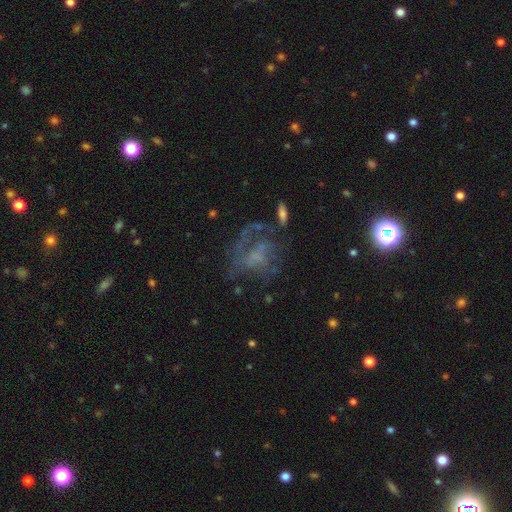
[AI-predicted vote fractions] smooth-or-featured: featured or disk: 61% | smooth: 21% | star or artifact: 18%
  disk-edge-on: no: 97% | yes: 3%
    bar: no: 69% | weak: 24% | strong: 7%
    has-spiral-arms: yes: 54% | no: 46%
    bulge-size: none: 59% | small: 21% | moderate: 14% | large: 4% | dominant: 1%
  merging: major disturbance: 40% | none: 37% | minor disturbance: 16% | merger: 6%